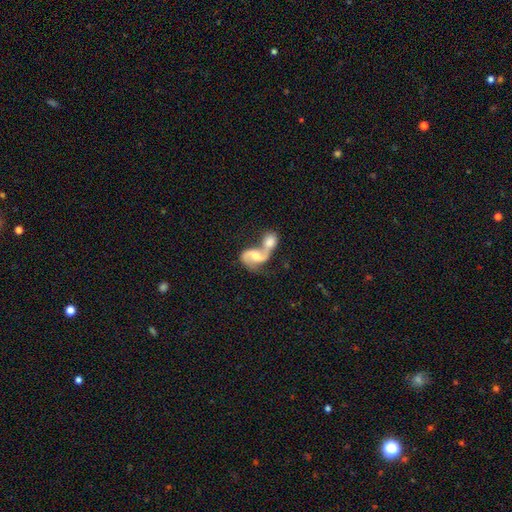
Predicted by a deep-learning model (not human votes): This appears to be a featured or disk galaxy (80%) with no bar (43%), 2 (87%) loose (47%) spiral arms (93%) and a moderate central bulge (58%). Merging: merger (73%).